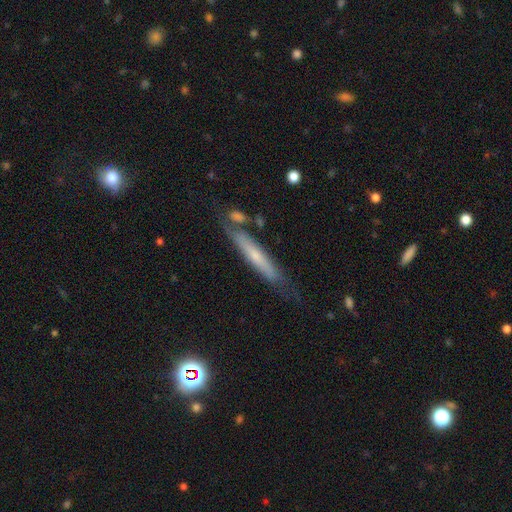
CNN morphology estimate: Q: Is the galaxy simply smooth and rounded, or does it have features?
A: featured or disk — 50%.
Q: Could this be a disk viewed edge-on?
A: yes — 79%.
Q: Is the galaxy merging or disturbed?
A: none — 66%.